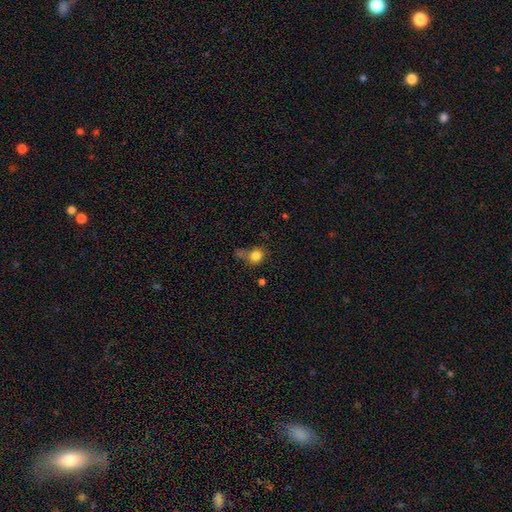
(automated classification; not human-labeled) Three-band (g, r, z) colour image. It shows a smooth galaxy with no disk features (81%) that is round (81%). Merging: none (51%).